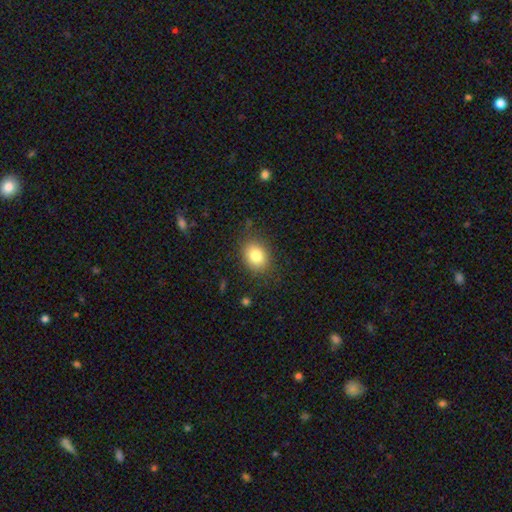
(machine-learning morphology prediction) Smooth or featured: smooth — 82% (star or artifact — 10%)
How rounded: in between — 52% (round — 47%)
Merging: none — 82% (minor disturbance — 13%)